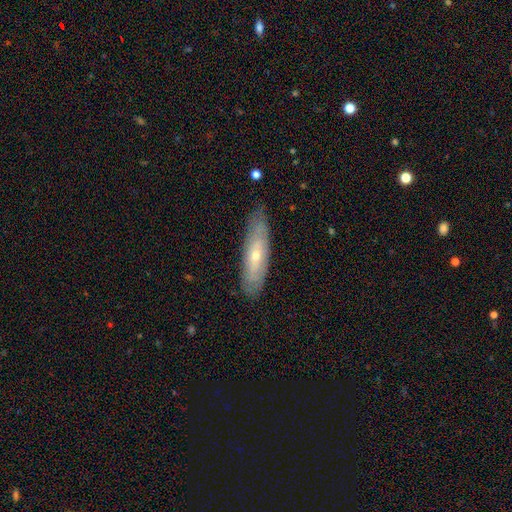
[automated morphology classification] smooth-or-featured: featured or disk: 58% | smooth: 35% | star or artifact: 7%
  disk-edge-on: no: 62% | yes: 38%
  merging: none: 80% | minor disturbance: 16% | major disturbance: 3% | merger: 1%